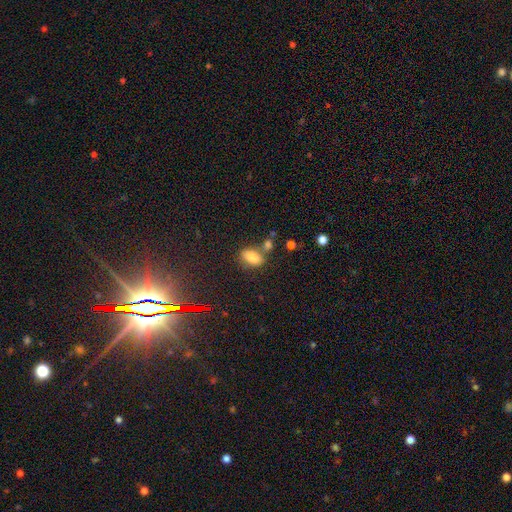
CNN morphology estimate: Overall: star or artifact (55%; smooth 31%).